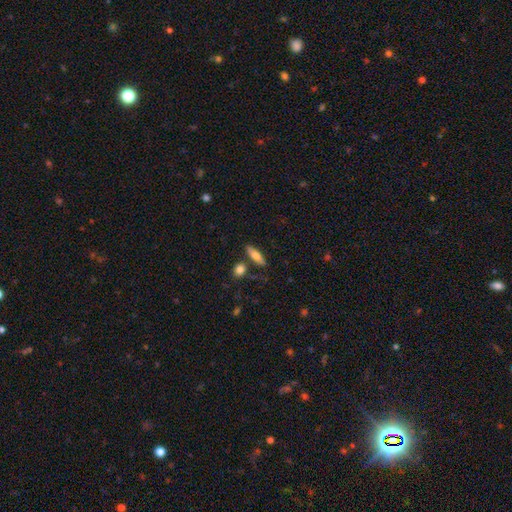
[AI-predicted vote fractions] Q: Smooth or featured?
A: smooth (67%); runner-up: featured or disk (26%)
Q: How rounded?
A: cigar-shaped (51%); runner-up: in between (46%)
Q: Merging?
A: none (79%); runner-up: minor disturbance (11%)